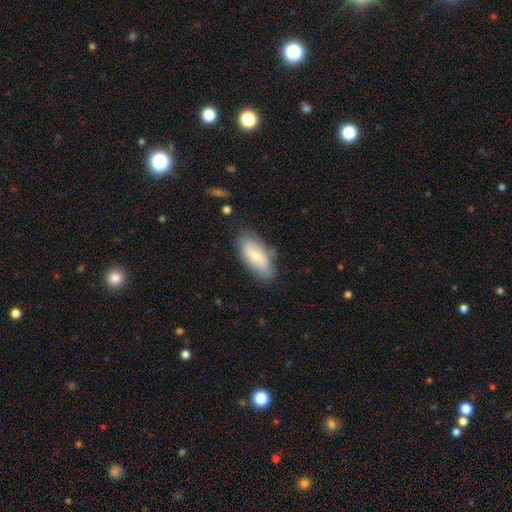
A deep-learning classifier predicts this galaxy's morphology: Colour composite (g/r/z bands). It shows a smooth galaxy with no disk features (55%) that is in between round and cigar-shaped (88%). Merging: none (76%).